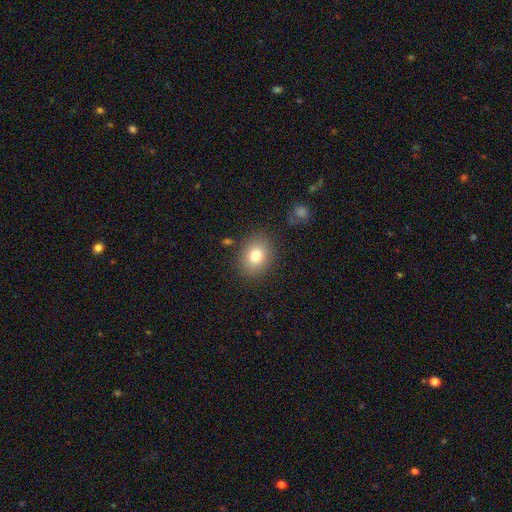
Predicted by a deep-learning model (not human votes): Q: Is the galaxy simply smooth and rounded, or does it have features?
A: smooth — 80%.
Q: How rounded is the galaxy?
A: round — 54%.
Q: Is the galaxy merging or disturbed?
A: none — 84%.